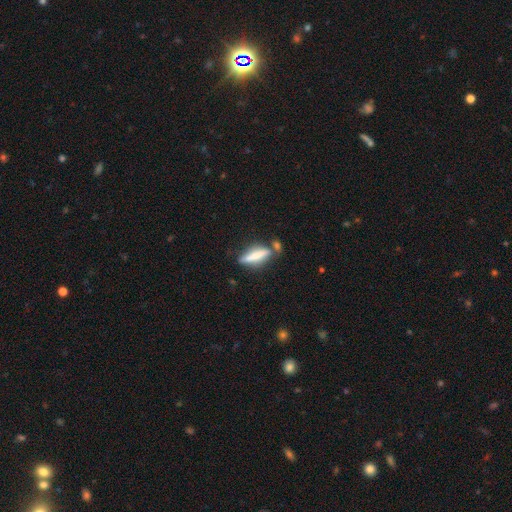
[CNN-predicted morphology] The model was most divided on "smooth or featured": smooth: 58%, featured or disk: 35%, star or artifact: 7%. More confident: how rounded — cigar-shaped (77%); merging — none (58%).